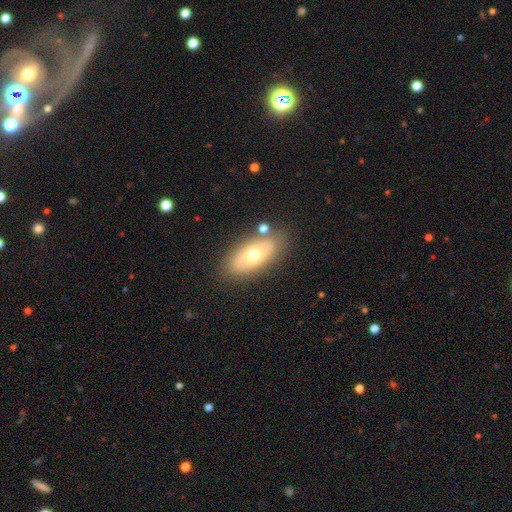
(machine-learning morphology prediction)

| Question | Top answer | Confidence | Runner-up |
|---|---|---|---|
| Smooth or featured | smooth | 56% | featured or disk (36%) |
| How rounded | in between | 86% | cigar-shaped (9%) |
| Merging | none | 82% | minor disturbance (11%) |